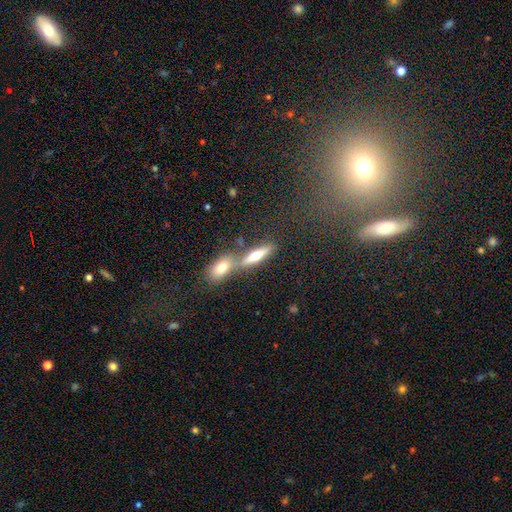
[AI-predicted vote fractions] Smooth or featured? smooth (58%)
How rounded? cigar-shaped (59%)
Merging? none (44%)